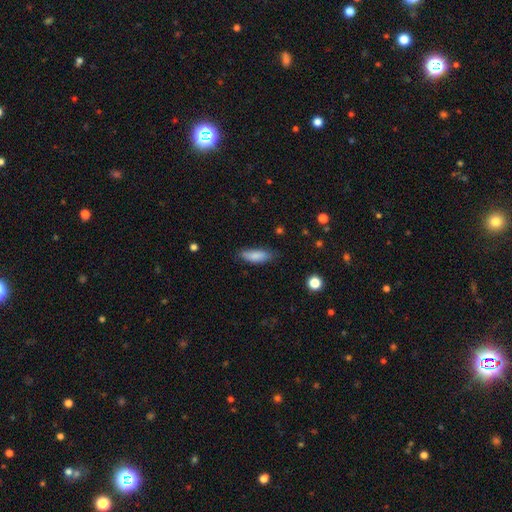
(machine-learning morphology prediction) Q: Smooth or featured?
A: smooth (85%); runner-up: featured or disk (8%)
Q: How rounded?
A: in between (61%); runner-up: cigar-shaped (38%)
Q: Merging?
A: none (77%); runner-up: minor disturbance (18%)